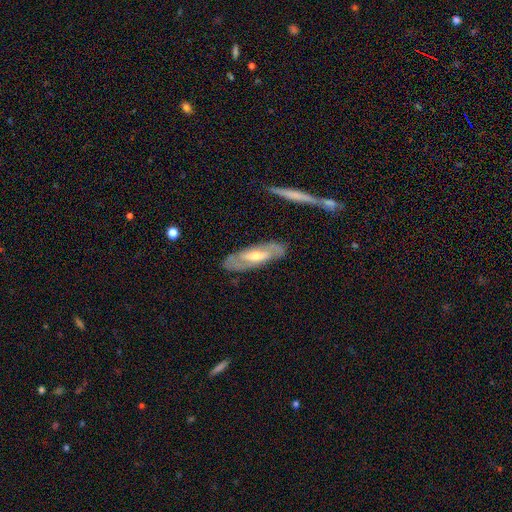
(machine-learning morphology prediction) Overall: featured or disk (67%; smooth 27%). Edge-on disk: no (76%). Bar: weak (39%; no 33%). Spiral arms: yes (64%; no 36%). Bulge size: moderate (60%; small 34%). Merging: none (82%).